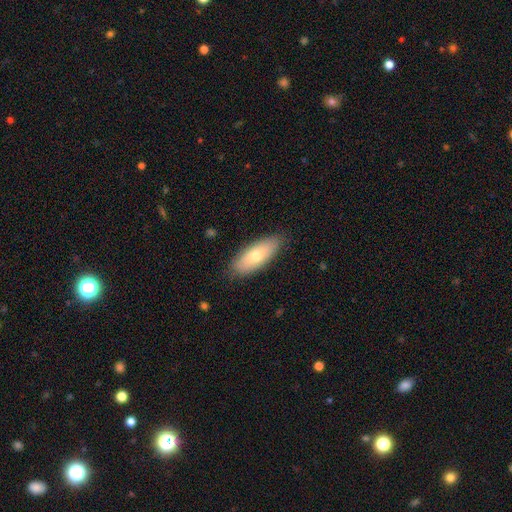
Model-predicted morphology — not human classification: Smooth or featured? Predicted: smooth (p=0.70). How rounded? Predicted: in between (p=0.77). Merging? Predicted: none (p=0.84).